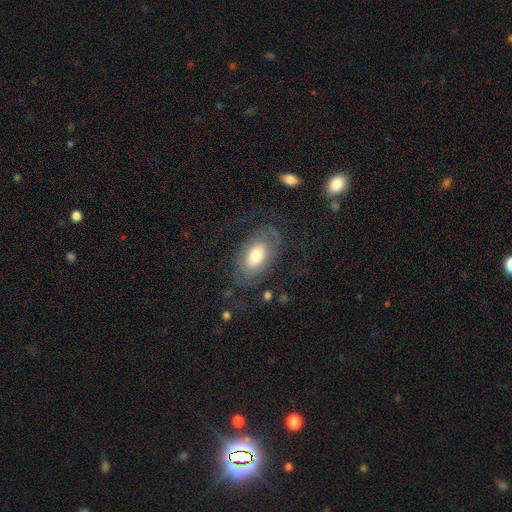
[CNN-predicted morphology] smooth 51%, featured or disk 41%, star or artifact 8%. Down the decision tree: how rounded — in between (91%); merging — none (66%).